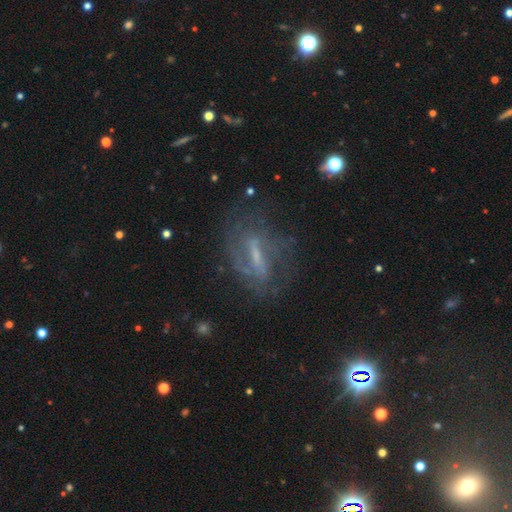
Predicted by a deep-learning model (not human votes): The model was most divided on "bulge size": small: 45%, none: 27%, moderate: 23%, large: 3%, dominant: 1%. More confident: edge-on disk — no (74%); smooth or featured — featured or disk (69%); spiral arms — yes (68%); merging — none (67%); bar — strong (55%).